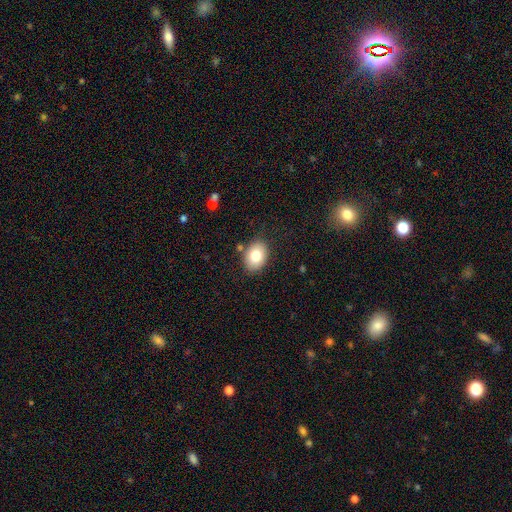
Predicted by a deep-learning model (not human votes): The model was most divided on "how rounded": in between: 75%, round: 25%, cigar-shaped: 1%. More confident: merging — none (83%); smooth or featured — smooth (80%).